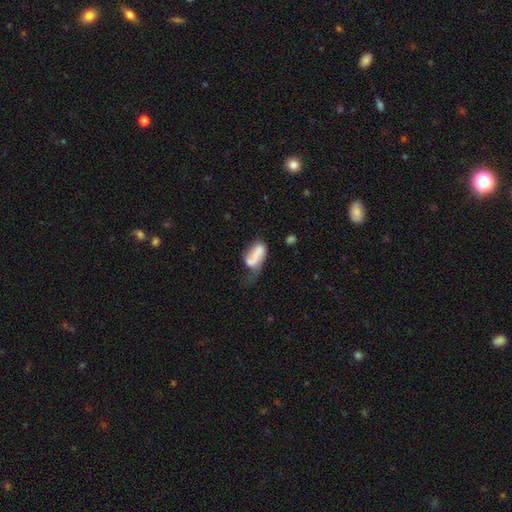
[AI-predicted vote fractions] smooth-or-featured: smooth: 57% | featured or disk: 35% | star or artifact: 8%
  how-rounded: in between: 89% | round: 6% | cigar-shaped: 5%
  merging: major disturbance: 37% | minor disturbance: 24% | none: 20% | merger: 19%